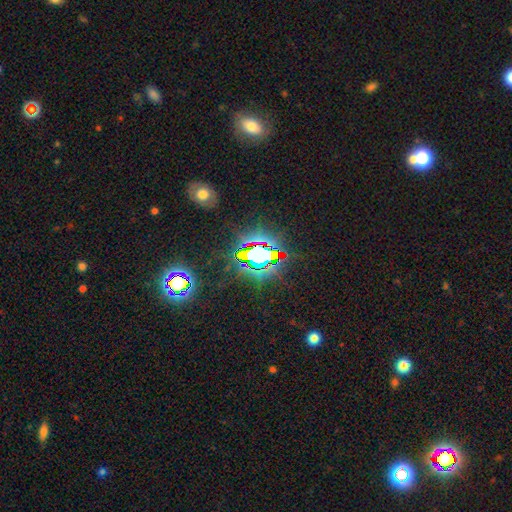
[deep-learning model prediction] Smooth or featured: star or artifact — 78% (smooth — 12%)